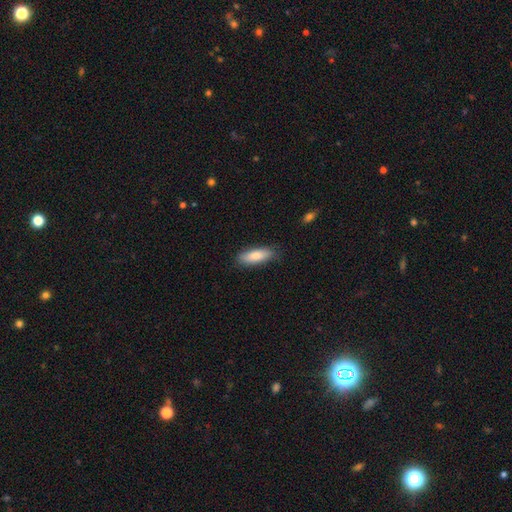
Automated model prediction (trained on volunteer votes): Smooth or featured? smooth (83%)
How rounded? in between (57%)
Merging? none (83%)